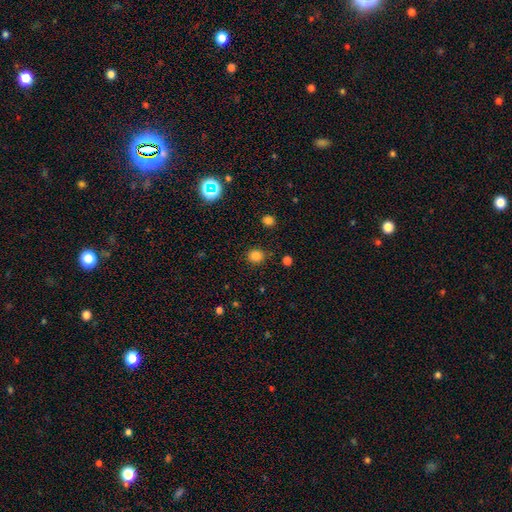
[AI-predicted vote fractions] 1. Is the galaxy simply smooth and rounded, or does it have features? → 82% smooth, 14% star or artifact, 4% featured or disk.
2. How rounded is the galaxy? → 86% round, 14% in between, 1% cigar-shaped.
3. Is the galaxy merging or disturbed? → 86% none, 8% minor disturbance, 3% major disturbance, 2% merger.